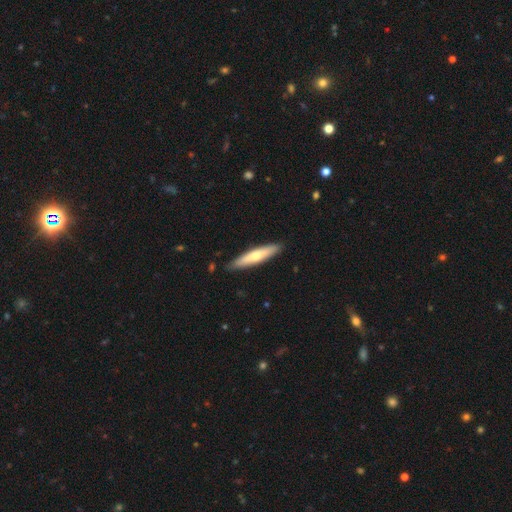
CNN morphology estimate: smooth-or-featured: smooth: 58% | featured or disk: 37% | star or artifact: 5%
  how-rounded: cigar-shaped: 85% | in between: 14% | round: 1%
  merging: none: 87% | minor disturbance: 10% | major disturbance: 2% | merger: 1%